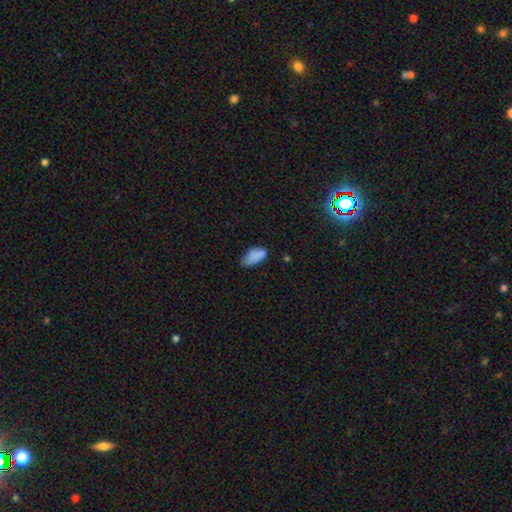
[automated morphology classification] A smooth galaxy with no disk features (83%) that is in between round and cigar-shaped (90%).

Vote fractions:
- Smooth or featured? smooth: 83% / star or artifact: 9% / featured or disk: 8%
- How rounded? in between: 90% / cigar-shaped: 6% / round: 3%
- Merging? none: 49% / minor disturbance: 35% / major disturbance: 11% / merger: 4%